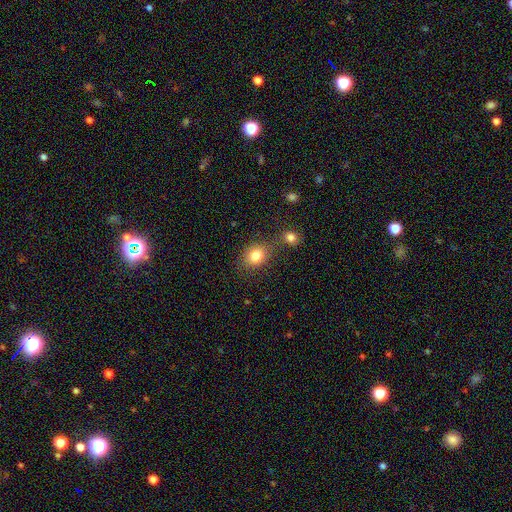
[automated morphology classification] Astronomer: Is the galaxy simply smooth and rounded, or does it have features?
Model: smooth — 81%.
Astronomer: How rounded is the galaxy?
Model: round — 52% (runner-up: in between, 47%).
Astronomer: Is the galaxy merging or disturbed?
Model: none — 64%.